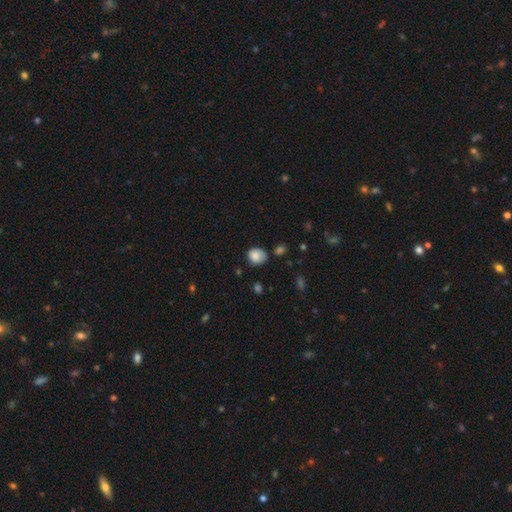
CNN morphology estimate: smooth_or_featured: smooth (p=0.83) [alt: star or artifact p=0.09]
how_rounded: round (p=0.61) [alt: in between p=0.38]
merging: none (p=0.58) [alt: minor disturbance p=0.30]